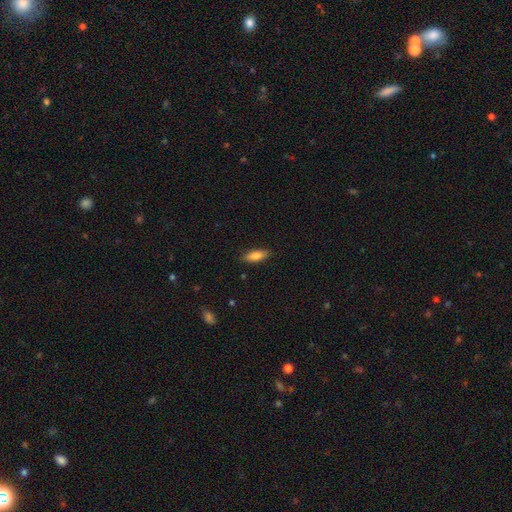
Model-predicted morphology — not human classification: smooth_or_featured: smooth (p=0.83) [alt: featured or disk p=0.11]
how_rounded: in between (p=0.63) [alt: cigar-shaped p=0.35]
merging: none (p=0.87) [alt: minor disturbance p=0.10]